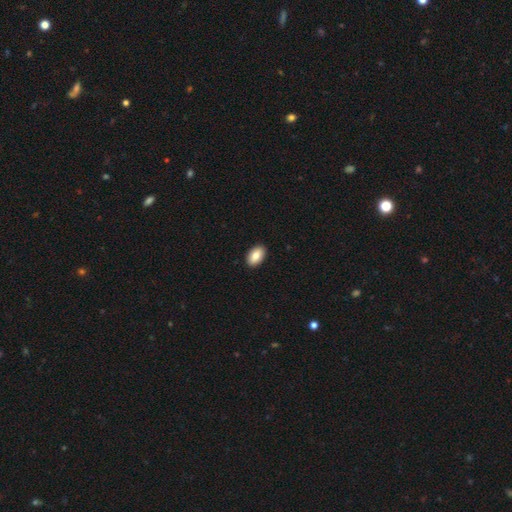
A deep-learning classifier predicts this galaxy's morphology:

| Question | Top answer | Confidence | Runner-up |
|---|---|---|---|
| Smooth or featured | smooth | 84% | featured or disk (9%) |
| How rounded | in between | 93% | round (6%) |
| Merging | none | 91% | minor disturbance (6%) |